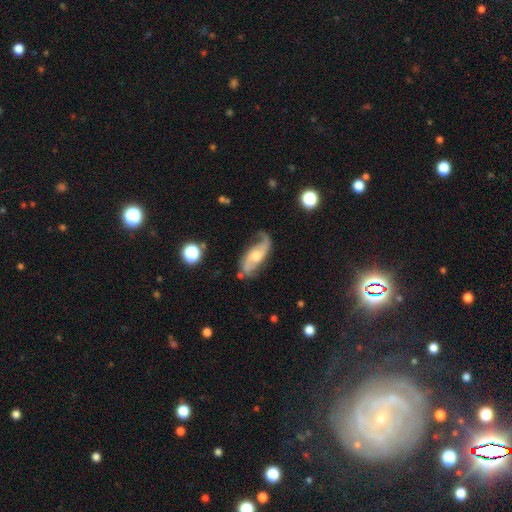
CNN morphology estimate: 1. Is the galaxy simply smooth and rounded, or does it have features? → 83% featured or disk, 11% smooth, 6% star or artifact.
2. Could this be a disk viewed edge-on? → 92% no, 8% yes.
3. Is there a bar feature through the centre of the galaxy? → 56% no, 33% weak, 11% strong.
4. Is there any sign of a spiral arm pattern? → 95% yes, 5% no.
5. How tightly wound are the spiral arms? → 58% loose, 31% medium, 11% tight.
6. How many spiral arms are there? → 85% 2, 6% 1, 5% can't tell, 2% 3, 1% 4, 1% more than 4.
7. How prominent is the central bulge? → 64% moderate, 28% small, 6% large, 2% none, 1% dominant.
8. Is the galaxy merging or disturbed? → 64% none, 22% minor disturbance, 11% major disturbance, 3% merger.